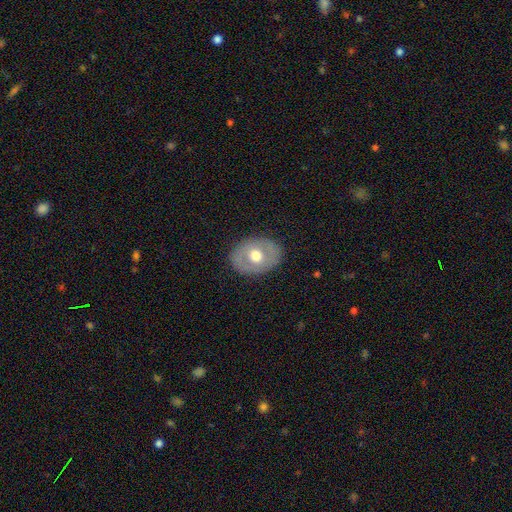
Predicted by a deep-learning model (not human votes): A smooth galaxy with no disk features (52%) that is in between round and cigar-shaped (64%). Merging: none (84%).